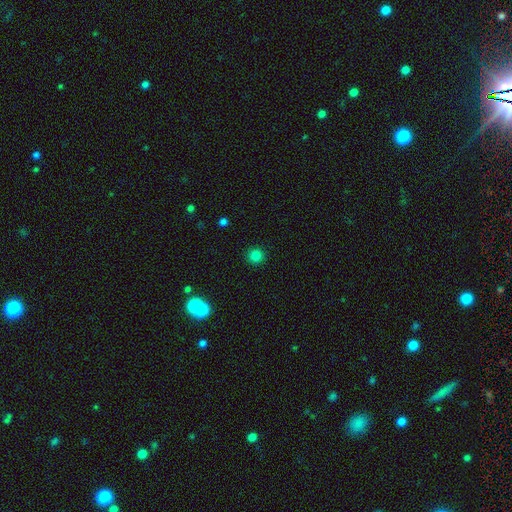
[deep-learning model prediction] Q: Smooth or featured?
A: smooth (81%); runner-up: star or artifact (13%)
Q: How rounded?
A: round (94%); runner-up: in between (5%)
Q: Merging?
A: none (91%); runner-up: minor disturbance (5%)